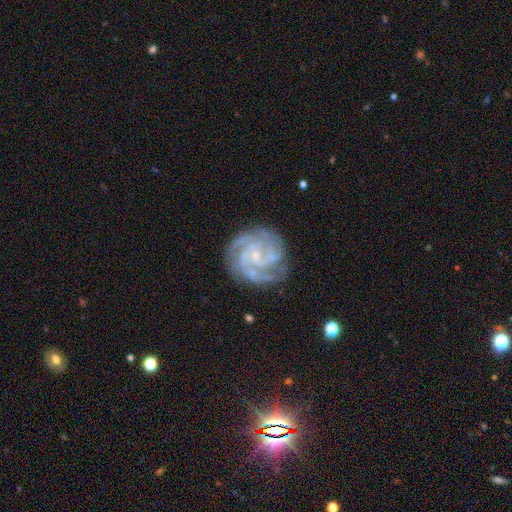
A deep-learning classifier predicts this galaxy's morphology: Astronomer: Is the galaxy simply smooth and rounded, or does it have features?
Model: featured or disk — 88%.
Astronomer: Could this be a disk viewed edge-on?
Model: no — 98%.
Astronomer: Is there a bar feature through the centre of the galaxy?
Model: no — 62%.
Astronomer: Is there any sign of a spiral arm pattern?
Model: yes — 98%.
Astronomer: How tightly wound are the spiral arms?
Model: tight — 67%.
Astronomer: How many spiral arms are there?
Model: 3 — 31% (runner-up: 4, 27%).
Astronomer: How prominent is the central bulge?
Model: small — 77%.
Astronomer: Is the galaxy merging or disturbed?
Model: none — 76%.